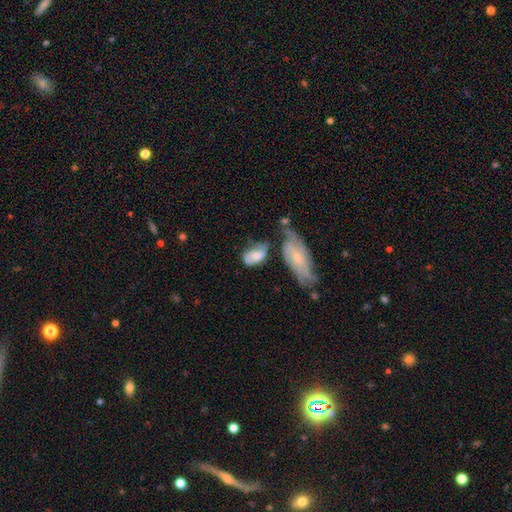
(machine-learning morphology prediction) Smooth or featured? featured or disk (51%)
Edge-on disk? no (94%)
Merging? none (32%)